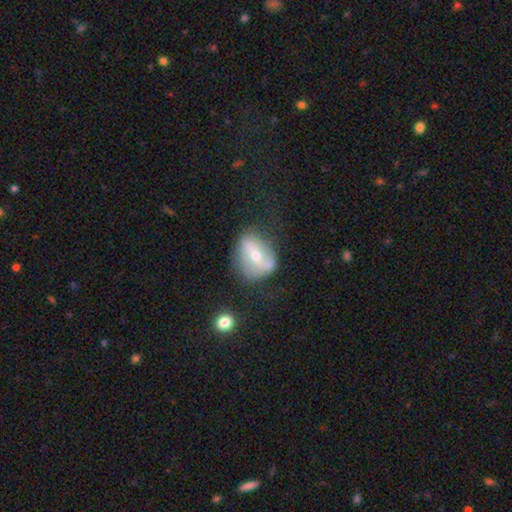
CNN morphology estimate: Smooth or featured? Predicted: featured or disk (p=0.59). Edge-on disk? Predicted: no (p=0.92). Bar? Predicted: strong (p=0.41). Spiral arms? Predicted: yes (p=0.54). Bulge size? Predicted: moderate (p=0.51). Merging? Predicted: none (p=0.56).